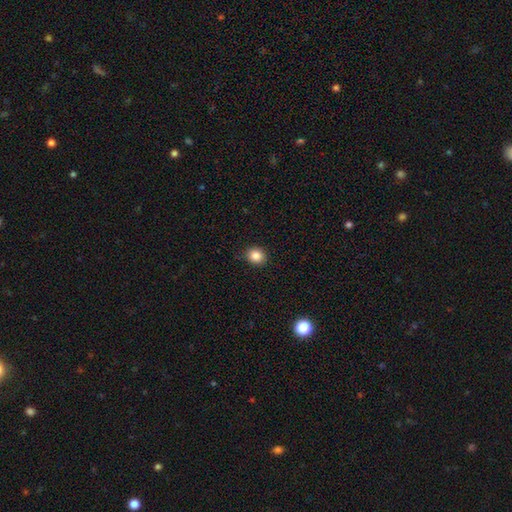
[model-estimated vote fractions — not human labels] A smooth galaxy with no disk features (85%) that is round (75%). Merging: none (89%).